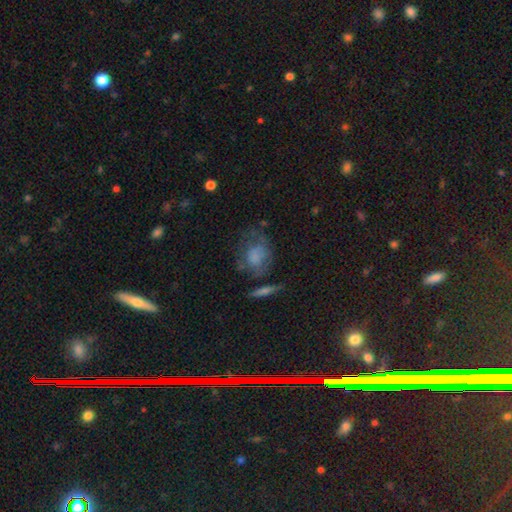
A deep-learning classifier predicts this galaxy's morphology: Smooth or featured?
  - smooth: 60% *
  - featured or disk: 30%
  - star or artifact: 10%
How rounded?
  - in between: 49% * (tied)
  - round: 49% * (tied)
  - cigar-shaped: 2%
Merging?
  - none: 43% *
  - minor disturbance: 25%
  - major disturbance: 25%
  - merger: 7%